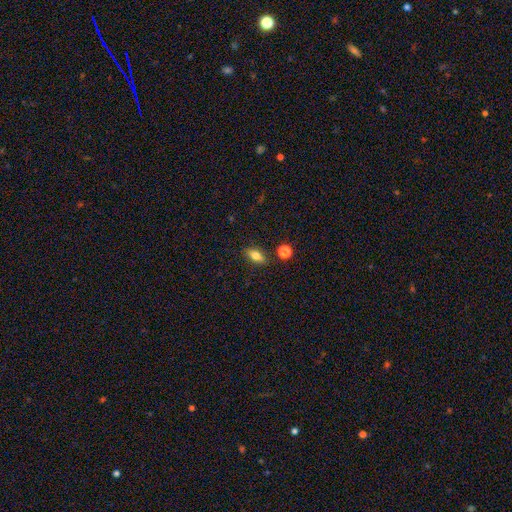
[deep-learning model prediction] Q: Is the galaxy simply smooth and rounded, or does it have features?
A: smooth — 79%.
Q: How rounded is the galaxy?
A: in between — 82%.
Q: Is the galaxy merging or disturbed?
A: none — 83%.